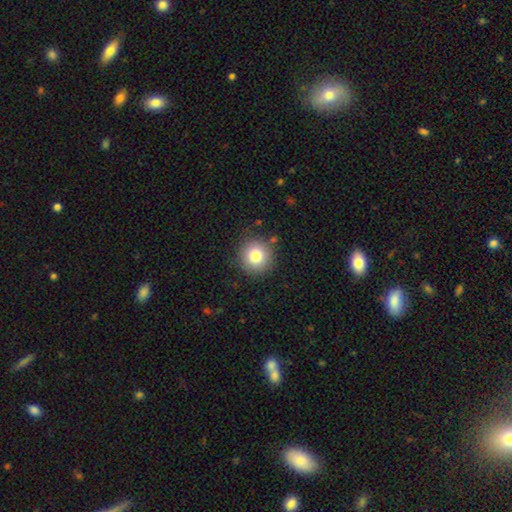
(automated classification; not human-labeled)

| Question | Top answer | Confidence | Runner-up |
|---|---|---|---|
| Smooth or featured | smooth | 80% | star or artifact (11%) |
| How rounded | round | 93% | in between (6%) |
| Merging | none | 85% | minor disturbance (10%) |